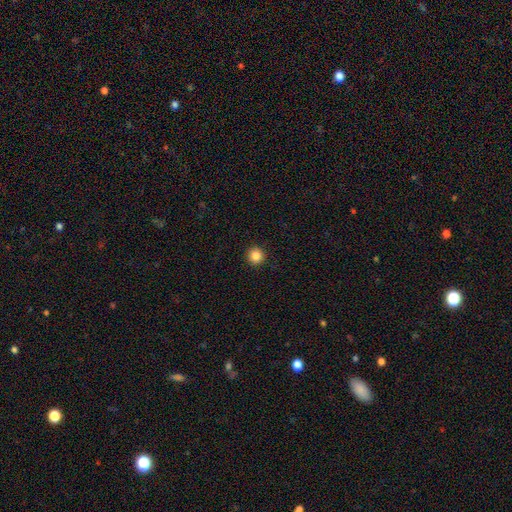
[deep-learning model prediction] Smooth or featured? Predicted: smooth (p=0.85). How rounded? Predicted: round (p=0.95). Merging? Predicted: none (p=0.94).